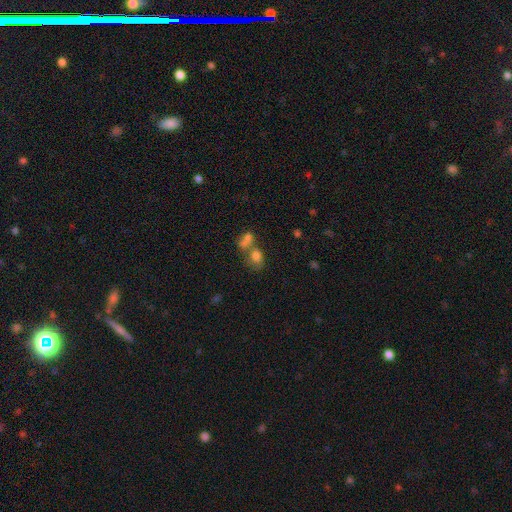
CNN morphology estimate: This appears to be a smooth galaxy with no disk features (72%) that is in between round and cigar-shaped (56%). Merging: merger (53%).